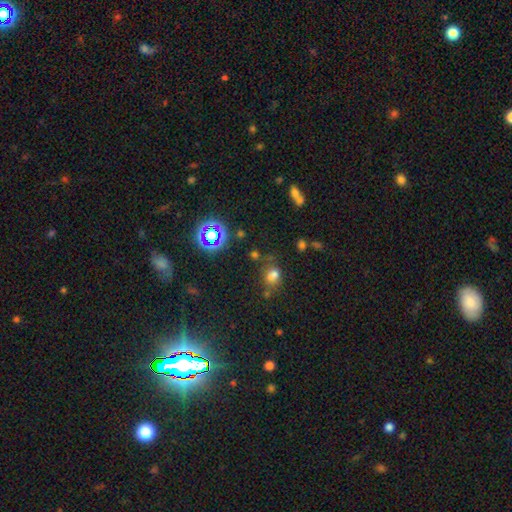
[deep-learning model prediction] This is possibly a star or artifact rather than a galaxy (47%).